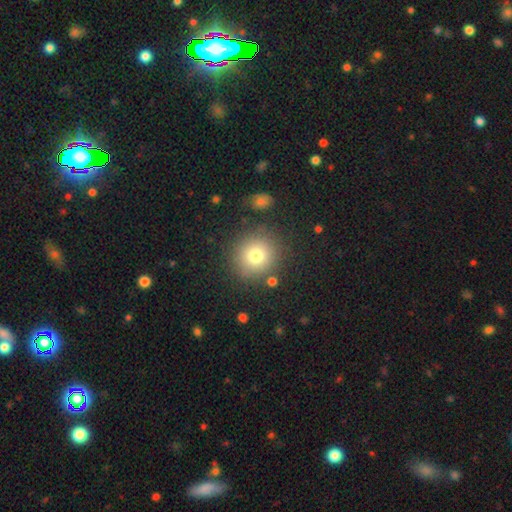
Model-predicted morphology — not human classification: type=smooth (75%); roundness=round (91%); merging=none (83%).